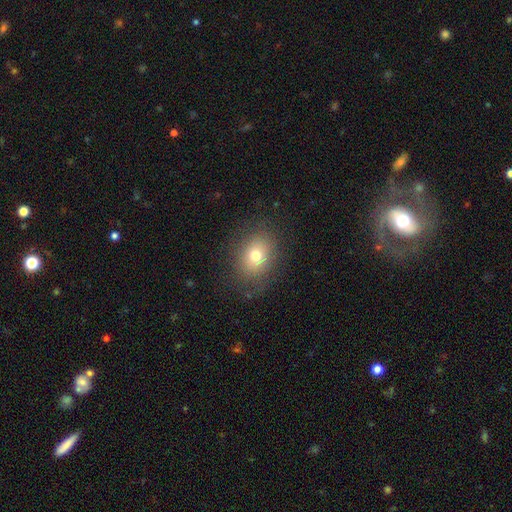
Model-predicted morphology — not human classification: Smooth or featured: smooth — 72% (featured or disk — 14%)
How rounded: round — 51% (in between — 48%)
Merging: none — 80% (minor disturbance — 13%)